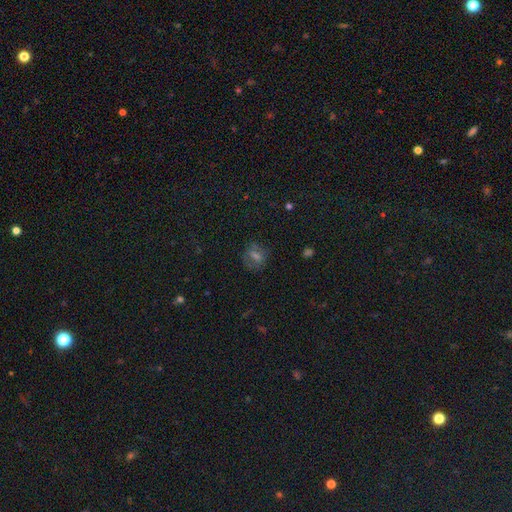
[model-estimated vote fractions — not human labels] smooth 42%, star or artifact 36%, featured or disk 22%. Down the decision tree: merging — none (79%).